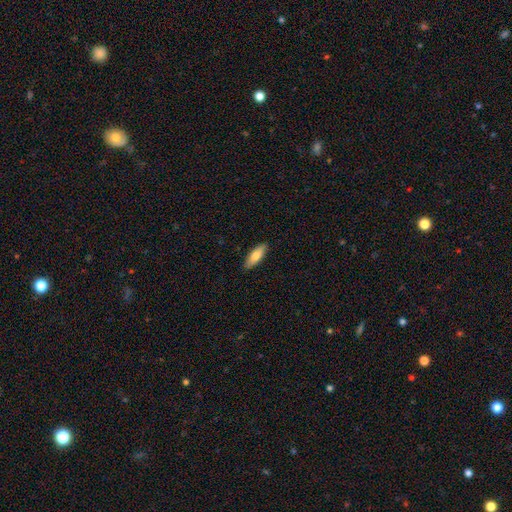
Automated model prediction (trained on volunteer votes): The model was most divided on "how rounded": in between: 59%, cigar-shaped: 39%, round: 2%. More confident: merging — none (88%); smooth or featured — smooth (77%).